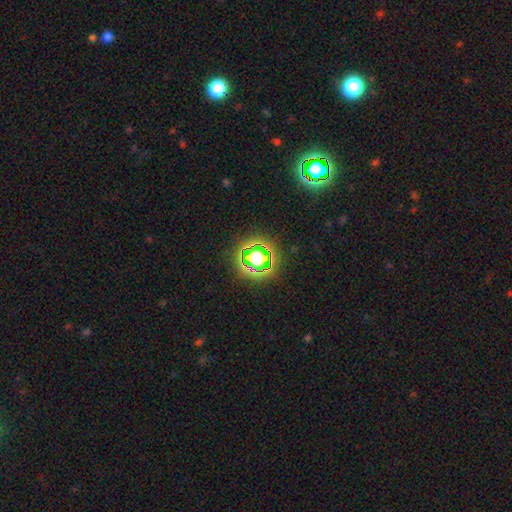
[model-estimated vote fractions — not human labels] Morphology: type=star or artifact (51%).